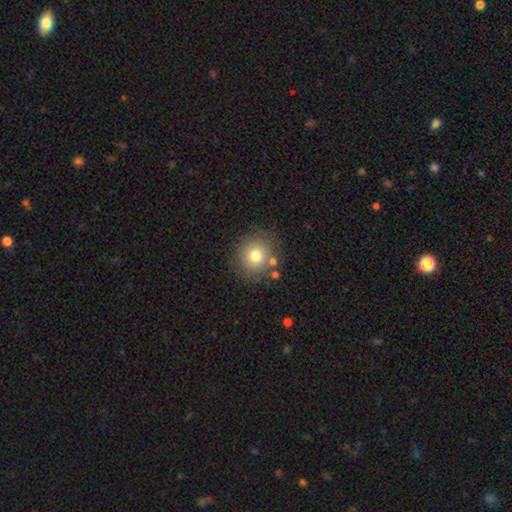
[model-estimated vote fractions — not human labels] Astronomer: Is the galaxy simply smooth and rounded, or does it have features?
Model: smooth — 76%.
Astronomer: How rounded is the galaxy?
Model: round — 87%.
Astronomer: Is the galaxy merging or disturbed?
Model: none — 78%.